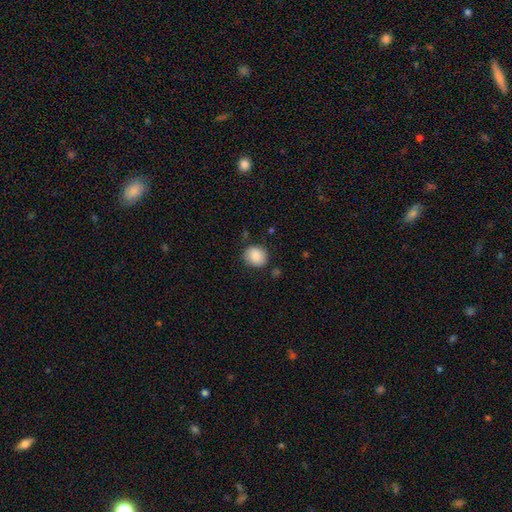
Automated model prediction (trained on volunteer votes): Overall: smooth (86%). How rounded: round (77%). Merging: none (81%).